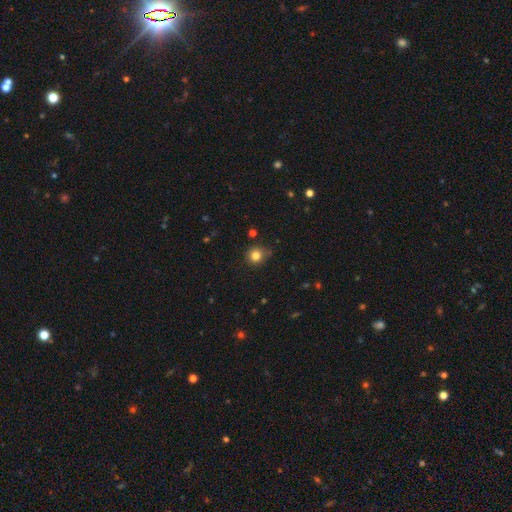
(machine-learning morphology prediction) Smooth or featured? smooth (81%)
How rounded? round (89%)
Merging? none (80%)